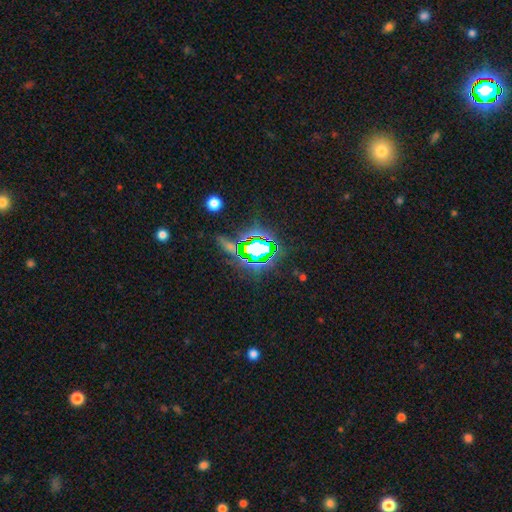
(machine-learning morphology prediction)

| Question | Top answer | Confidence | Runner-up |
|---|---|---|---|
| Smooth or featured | star or artifact | 81% | smooth (11%) |